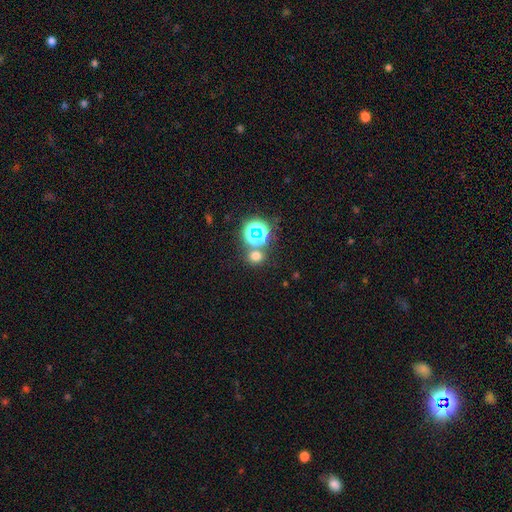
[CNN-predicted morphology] Smooth or featured? smooth (62%)
How rounded? round (81%)
Merging? none (74%)